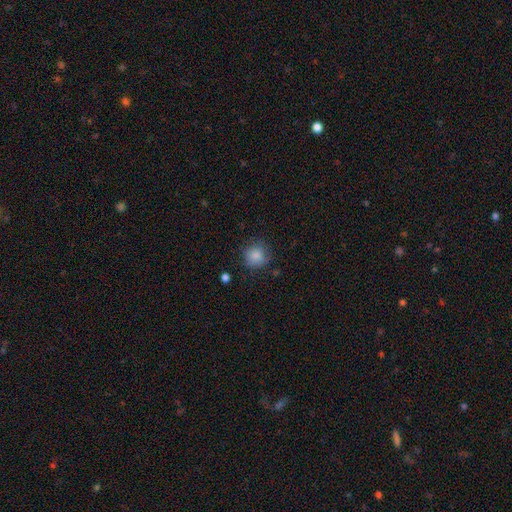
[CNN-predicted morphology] Overall: smooth (85%). How rounded: round (90%). Merging: none (79%).